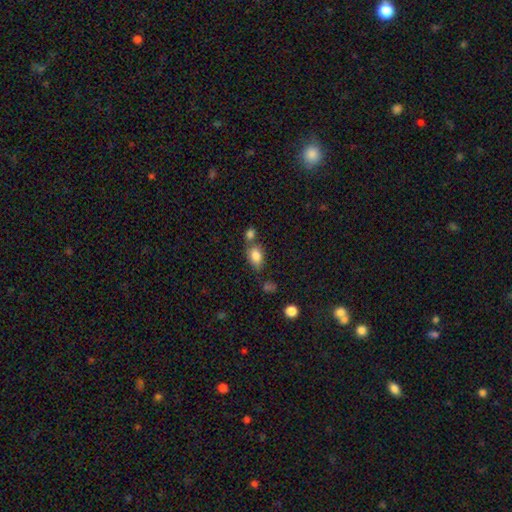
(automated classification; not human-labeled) The model was most divided on "merging": none: 51%, merger: 29%, minor disturbance: 15%, major disturbance: 5%. More confident: how rounded — in between (86%); smooth or featured — smooth (83%).